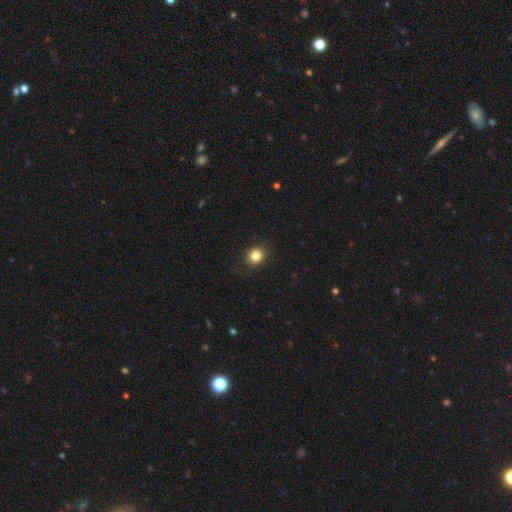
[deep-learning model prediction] smooth 83%, star or artifact 11%, featured or disk 6%. Down the decision tree: how rounded — round (77%); merging — none (88%).